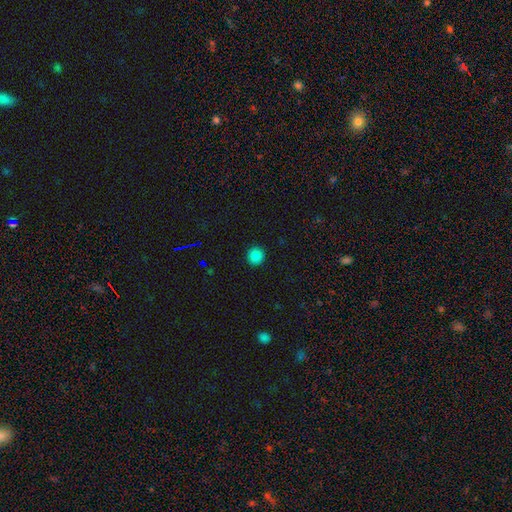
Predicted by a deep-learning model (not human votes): Q: Smooth or featured?
A: smooth (84%); runner-up: star or artifact (12%)
Q: How rounded?
A: round (91%); runner-up: in between (8%)
Q: Merging?
A: none (92%); runner-up: minor disturbance (5%)